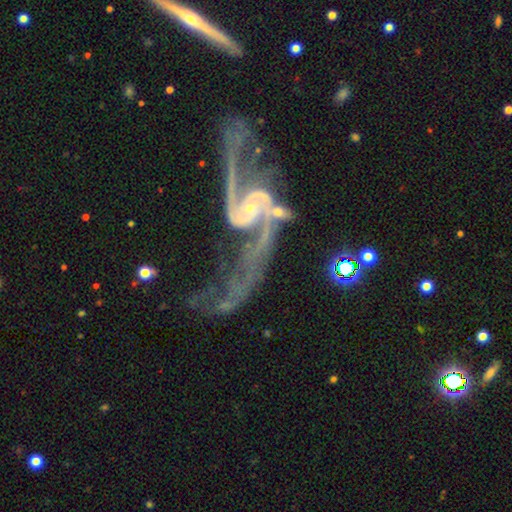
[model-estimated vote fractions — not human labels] A featured or disk galaxy (91%) with no bar (52%), 2 (91%) loose (69%) spiral arms (97%) and a small central bulge (79%).

Vote fractions:
- Smooth or featured? featured or disk: 91% / star or artifact: 6% / smooth: 3%
- Edge-on disk? no: 96% / yes: 4%
- Bar? no: 52% / weak: 32% / strong: 16%
- Spiral arms? yes: 97% / no: 3%
- Spiral winding? loose: 69% / medium: 24% / tight: 7%
- Spiral arm count? 2: 91% / can't tell: 2% / 1: 2% / 3: 2% / 4: 1% / more than 4: 1%
- Bulge size? small: 79% / moderate: 14% / none: 5% / large: 1% / dominant: 1%
- Merging? none: 40% / major disturbance: 30% / minor disturbance: 16% / merger: 14%